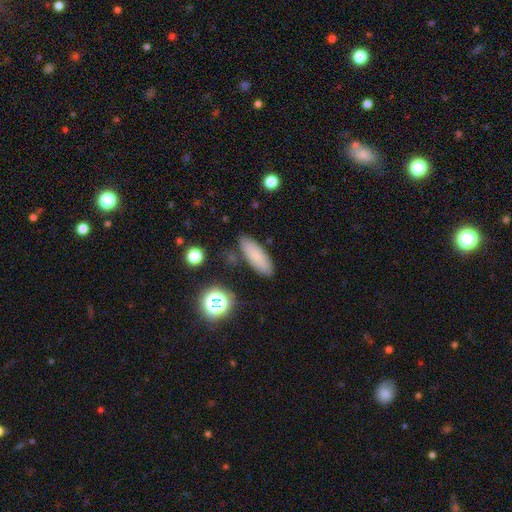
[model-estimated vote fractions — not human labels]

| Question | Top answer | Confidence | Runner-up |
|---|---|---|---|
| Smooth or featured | smooth | 80% | featured or disk (10%) |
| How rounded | in between | 59% | cigar-shaped (38%) |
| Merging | none | 83% | minor disturbance (11%) |